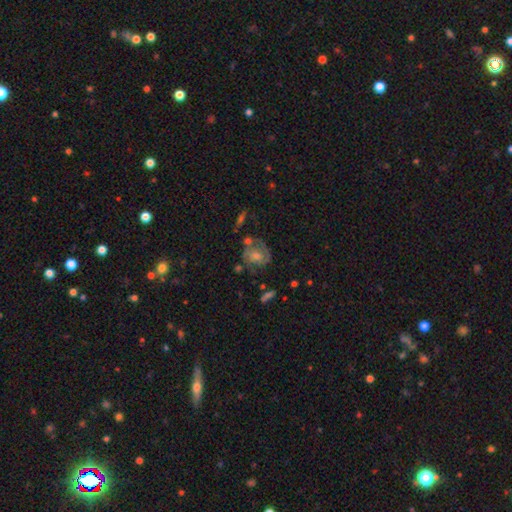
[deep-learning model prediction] featured or disk 64%, smooth 23%, star or artifact 13%. Down the decision tree: edge-on disk — no (97%); bar — no (69%); spiral arms — yes (78%); bulge size — moderate (56%); merging — none (61%).